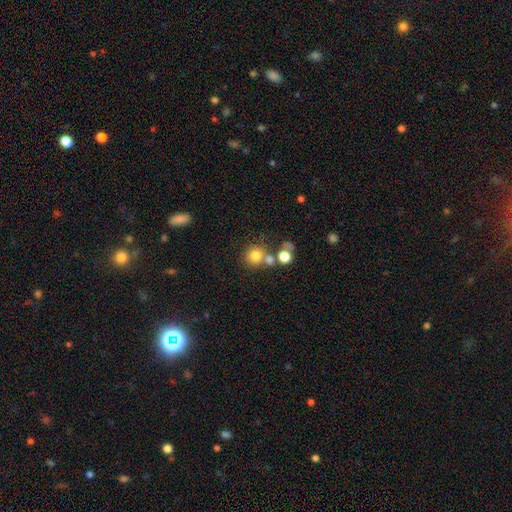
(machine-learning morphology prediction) Smooth or featured? Predicted: smooth (p=0.78). How rounded? Predicted: round (p=0.89). Merging? Predicted: none (p=0.59).